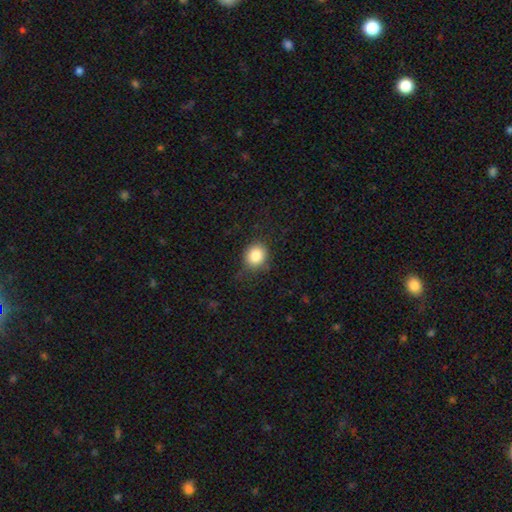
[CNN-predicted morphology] This is clearly a smooth galaxy (85%). How rounded: likely round (79%). Merging: likely none (76%).